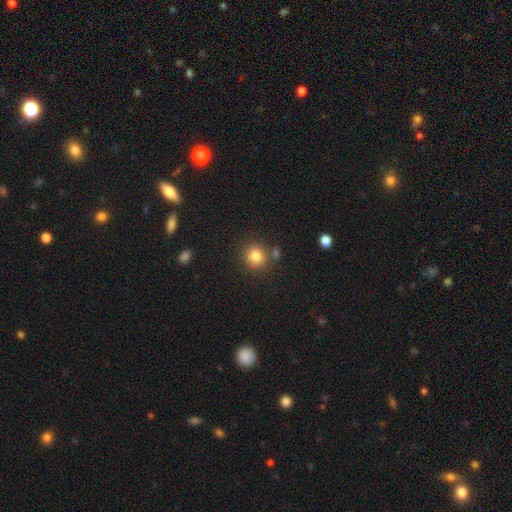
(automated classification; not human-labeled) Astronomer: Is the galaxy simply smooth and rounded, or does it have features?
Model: smooth — 82%.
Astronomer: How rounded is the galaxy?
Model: round — 89%.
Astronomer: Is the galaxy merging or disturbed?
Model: none — 78%.